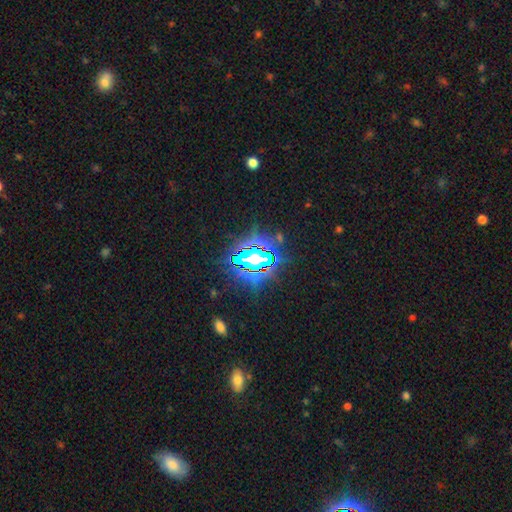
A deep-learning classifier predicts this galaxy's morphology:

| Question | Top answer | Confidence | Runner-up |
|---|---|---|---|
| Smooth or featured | star or artifact | 82% | smooth (11%) |